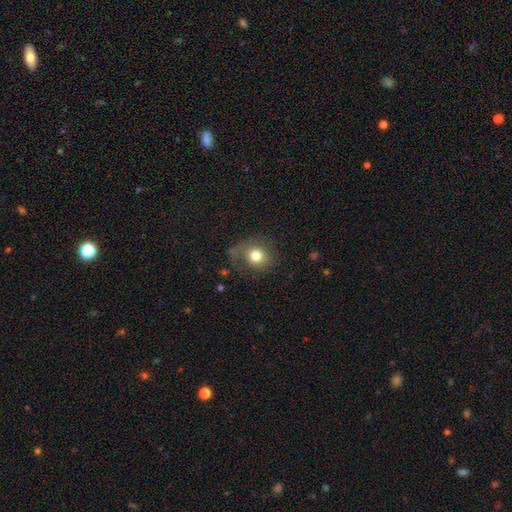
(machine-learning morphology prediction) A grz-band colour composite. It shows a smooth galaxy with no disk features (76%) that is round (77%). Merging: none (61%).